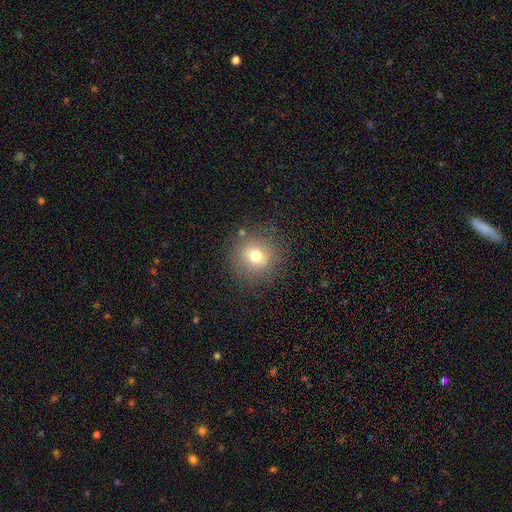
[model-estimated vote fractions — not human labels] smooth-or-featured: smooth: 70% | featured or disk: 15% | star or artifact: 15%
  how-rounded: round: 91% | in between: 8% | cigar-shaped: 1%
  merging: none: 84% | minor disturbance: 9% | major disturbance: 4% | merger: 2%